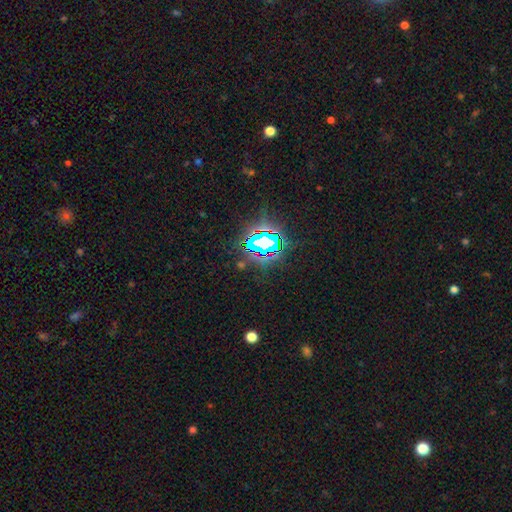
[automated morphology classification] This is clearly a star or artifact rather than a galaxy (82%).